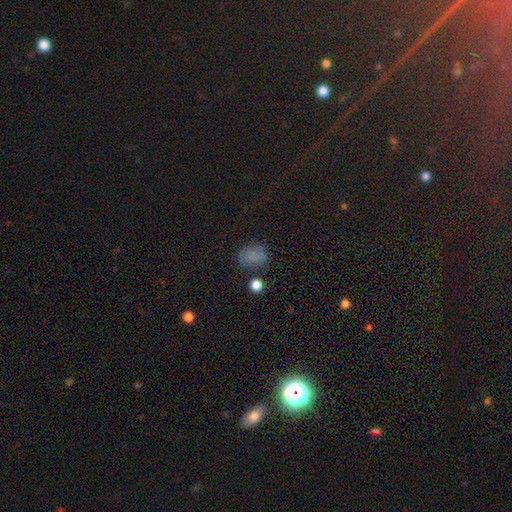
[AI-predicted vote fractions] Smooth or featured?
  - smooth: 73% *
  - star or artifact: 18%
  - featured or disk: 9%
How rounded?
  - in between: 59% *
  - round: 40%
  - cigar-shaped: 1%
Merging?
  - none: 65% *
  - minor disturbance: 20%
  - major disturbance: 9%
  - merger: 5%